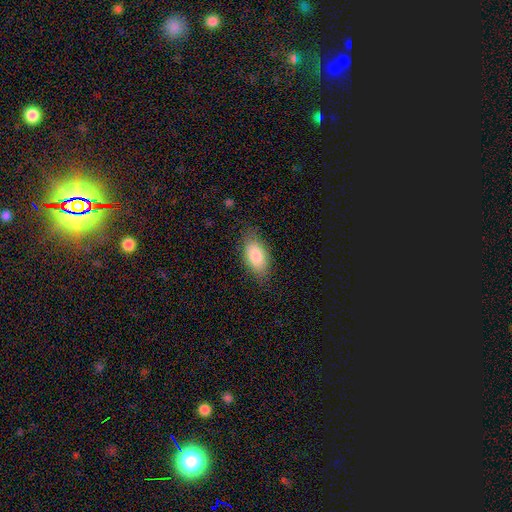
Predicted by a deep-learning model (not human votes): Morphology: type=smooth (85%); roundness=in between (91%); merging=none (80%).